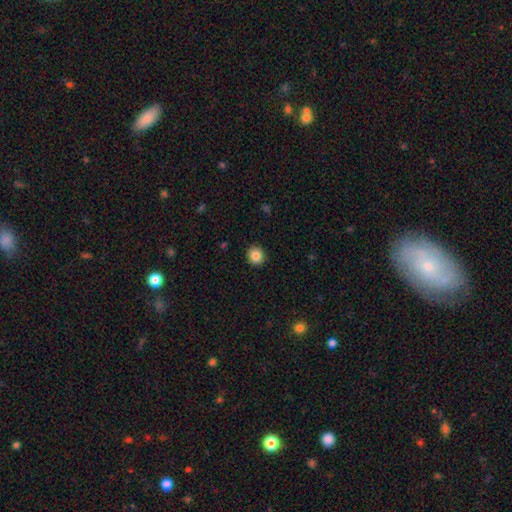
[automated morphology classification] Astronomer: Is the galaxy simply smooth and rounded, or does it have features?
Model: smooth — 85%.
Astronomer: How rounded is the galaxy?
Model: round — 87%.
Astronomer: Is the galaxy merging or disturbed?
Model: none — 91%.